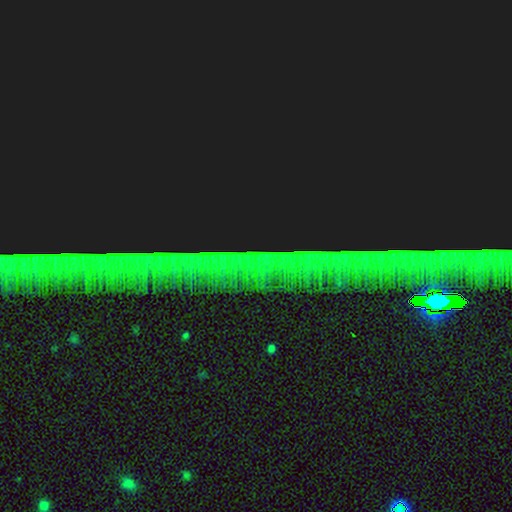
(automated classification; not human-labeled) Smooth or featured: star or artifact — 87% (featured or disk — 7%)